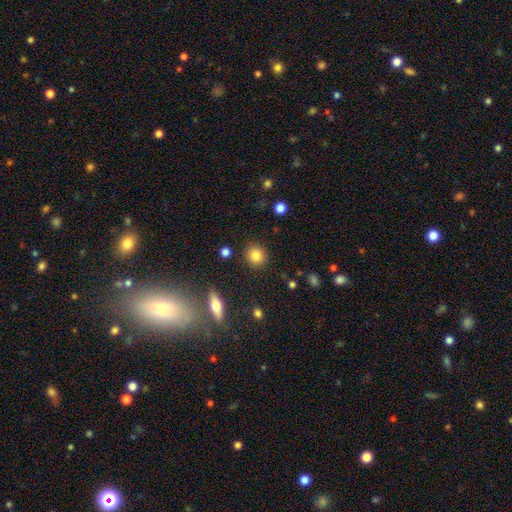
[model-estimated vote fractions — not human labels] smooth 84%, star or artifact 10%, featured or disk 7%. Down the decision tree: how rounded — round (90%); merging — none (89%).